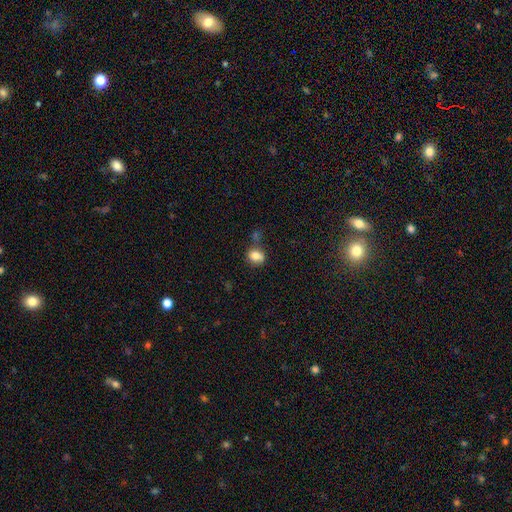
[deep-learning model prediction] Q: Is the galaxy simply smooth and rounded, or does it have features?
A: smooth — 80%.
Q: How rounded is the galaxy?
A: round — 63%.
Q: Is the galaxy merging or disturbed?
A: none — 60%.